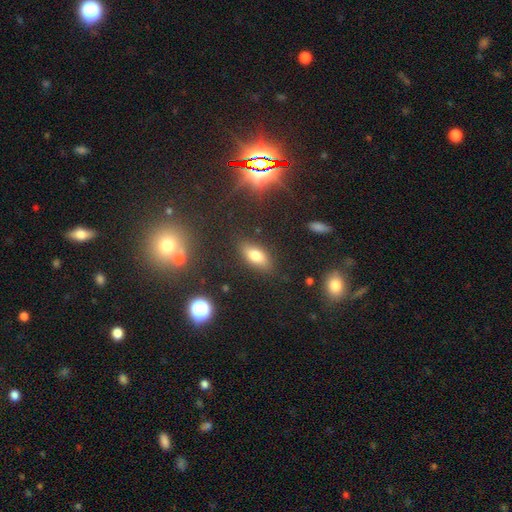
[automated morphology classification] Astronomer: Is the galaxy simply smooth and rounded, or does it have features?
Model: smooth — 72%.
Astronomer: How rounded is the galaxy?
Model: in between — 81%.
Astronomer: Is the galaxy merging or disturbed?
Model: none — 84%.